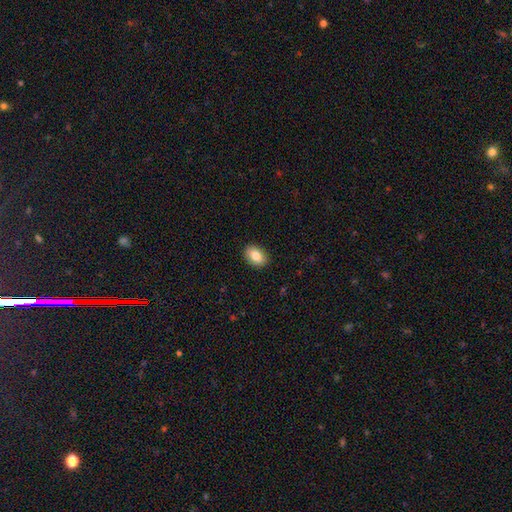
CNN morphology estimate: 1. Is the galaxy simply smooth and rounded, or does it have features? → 83% smooth, 9% featured or disk, 7% star or artifact.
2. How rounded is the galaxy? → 82% in between, 17% round, 1% cigar-shaped.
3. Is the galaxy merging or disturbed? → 90% none, 8% minor disturbance, 2% major disturbance, 1% merger.